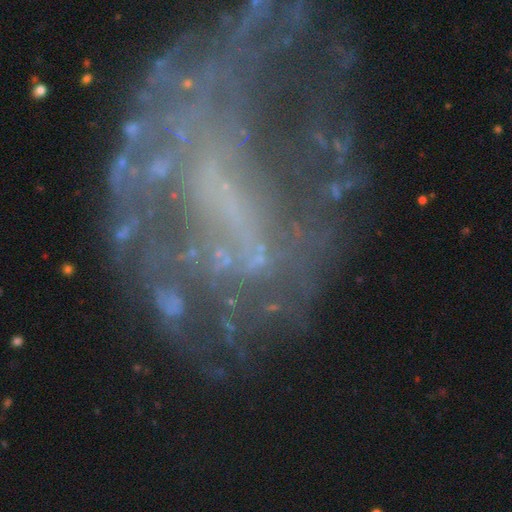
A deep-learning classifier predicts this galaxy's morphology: smooth_or_featured: star or artifact (p=0.51) [alt: featured or disk p=0.33]